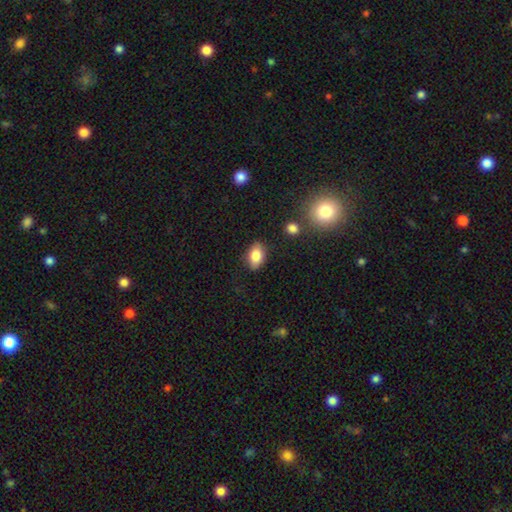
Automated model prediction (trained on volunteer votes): Morphology: type=smooth (83%); roundness=in between (88%); merging=none (83%).